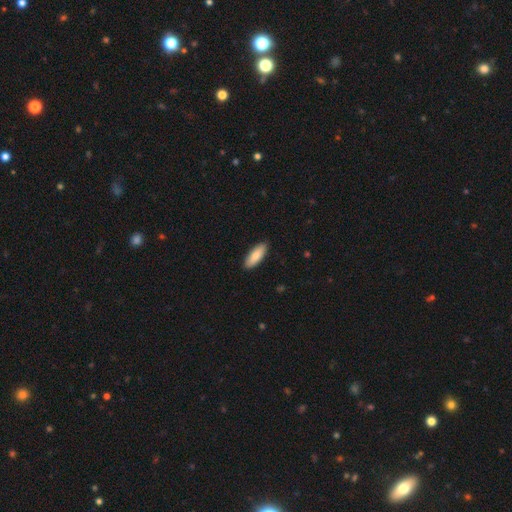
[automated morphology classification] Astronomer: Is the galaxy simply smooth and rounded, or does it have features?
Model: smooth — 82%.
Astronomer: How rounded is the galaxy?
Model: in between — 71%.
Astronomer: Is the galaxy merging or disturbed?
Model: none — 89%.